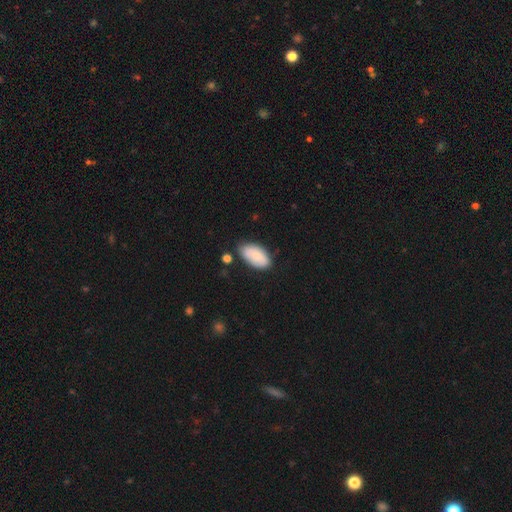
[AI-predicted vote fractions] A smooth galaxy with no disk features (80%) that is in between round and cigar-shaped (95%). Merging: none (69%).